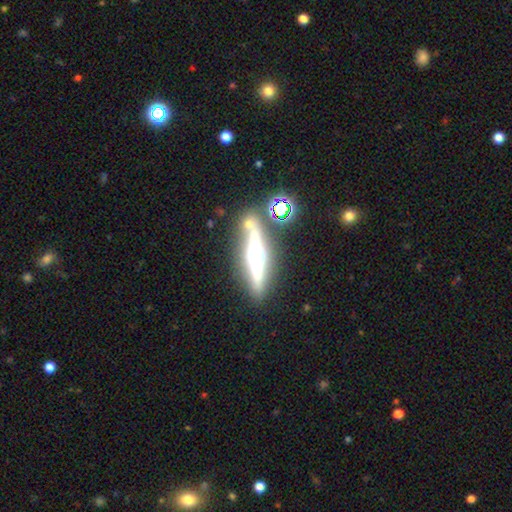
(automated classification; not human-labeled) This appears to be a featured or disk galaxy (72%) viewed edge-on (94%) with a rounded central bulge (86%). Merging: none (77%).